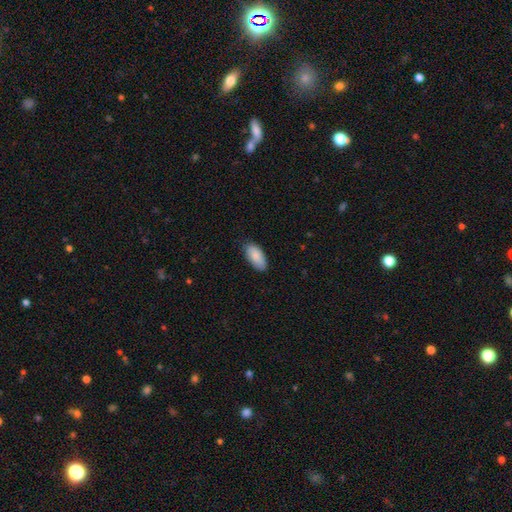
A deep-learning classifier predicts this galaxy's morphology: Smooth or featured?
  - smooth: 88% *
  - featured or disk: 6%
  - star or artifact: 6%
How rounded?
  - in between: 93% *
  - cigar-shaped: 5%
  - round: 2%
Merging?
  - none: 81% *
  - minor disturbance: 15%
  - major disturbance: 2%
  - merger: 1%